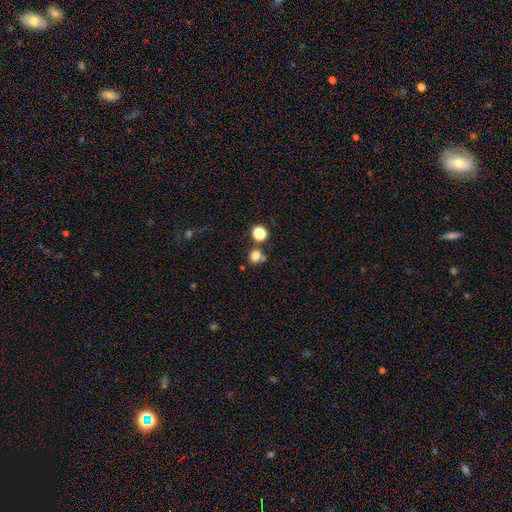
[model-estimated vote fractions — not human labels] Smooth or featured? Predicted: smooth (p=0.79). How rounded? Predicted: round (p=0.89). Merging? Predicted: none (p=0.70).